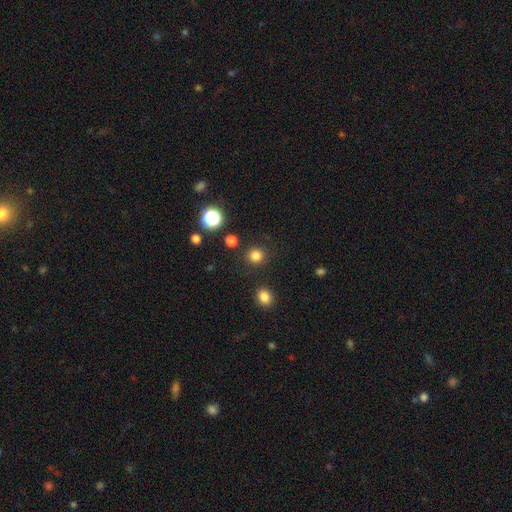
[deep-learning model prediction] Overall: smooth (80%). How rounded: round (91%). Merging: none (88%).